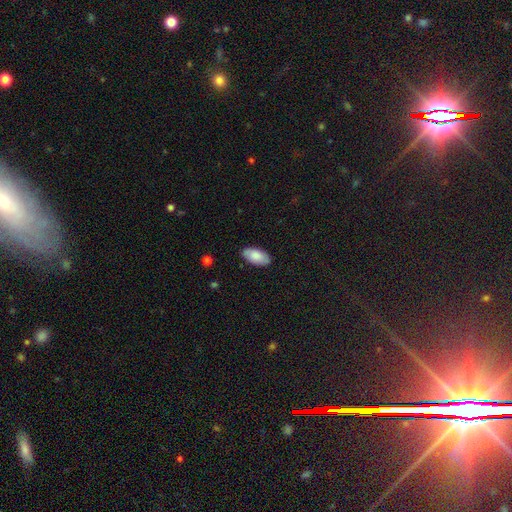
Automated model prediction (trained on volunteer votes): Q: Smooth or featured?
A: smooth (80%); runner-up: featured or disk (14%)
Q: How rounded?
A: in between (95%); runner-up: cigar-shaped (3%)
Q: Merging?
A: none (85%); runner-up: minor disturbance (12%)